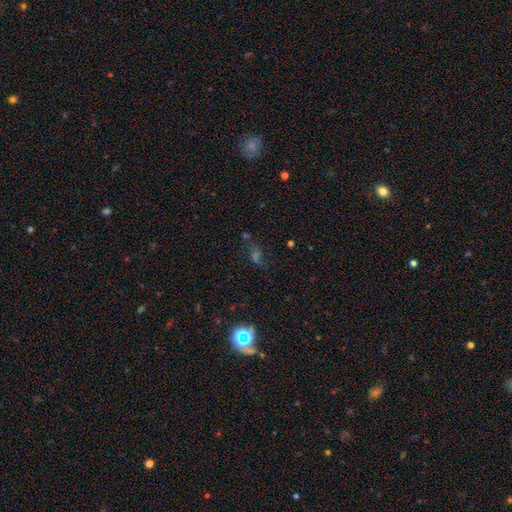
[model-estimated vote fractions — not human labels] Q: Smooth or featured?
A: star or artifact (49%); runner-up: smooth (28%)